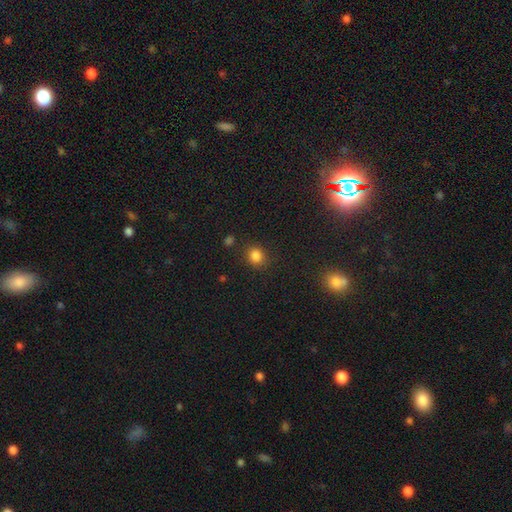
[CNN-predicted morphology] This is clearly a smooth galaxy (83%). How rounded: likely round (77%). Merging: clearly none (83%).